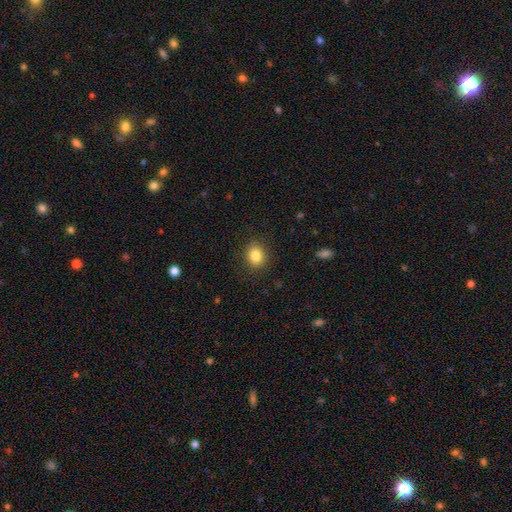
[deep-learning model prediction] This appears to be a smooth galaxy with no disk features (84%) that is round (64%). Merging: none (88%).